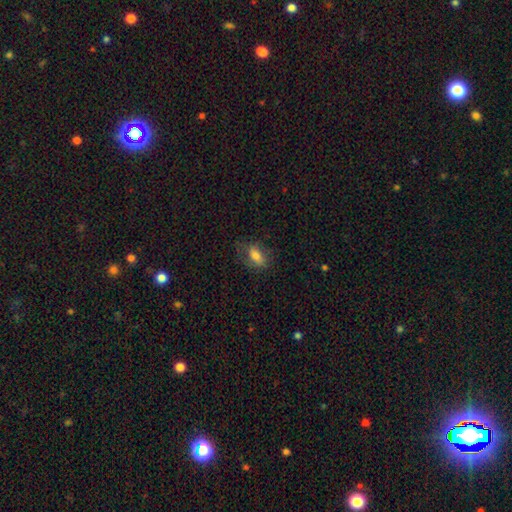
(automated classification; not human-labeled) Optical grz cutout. It shows a smooth galaxy with no disk features (73%) that is in between round and cigar-shaped (84%). Merging: none (66%).